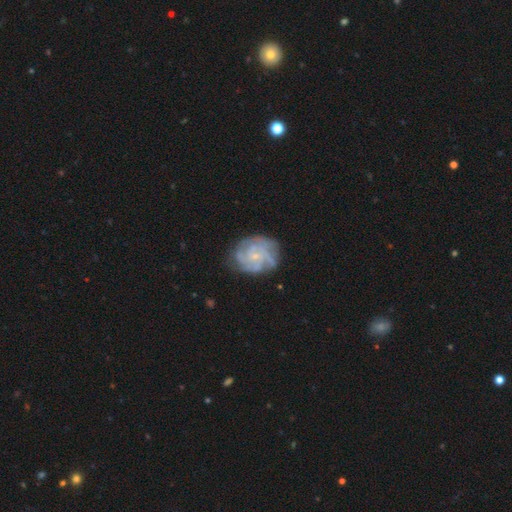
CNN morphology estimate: This appears to be a featured or disk galaxy (80%) with no bar (76%), tight (60%) spiral arms (94%) and a small central bulge (78%). Merging: none (71%).